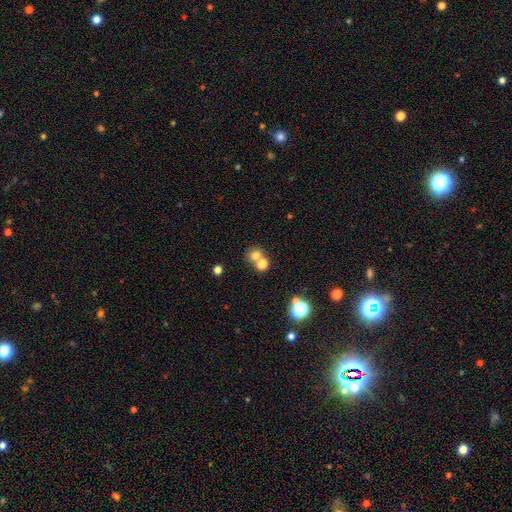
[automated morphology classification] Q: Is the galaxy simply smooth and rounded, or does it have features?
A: smooth — 71%.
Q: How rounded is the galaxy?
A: round — 82%.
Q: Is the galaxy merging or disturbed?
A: none — 50%.